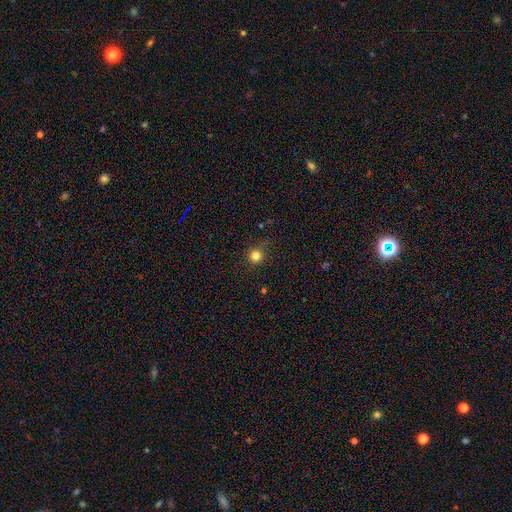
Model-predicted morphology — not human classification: Q: Smooth or featured?
A: smooth (81%); runner-up: star or artifact (14%)
Q: How rounded?
A: round (92%); runner-up: in between (7%)
Q: Merging?
A: none (84%); runner-up: minor disturbance (11%)